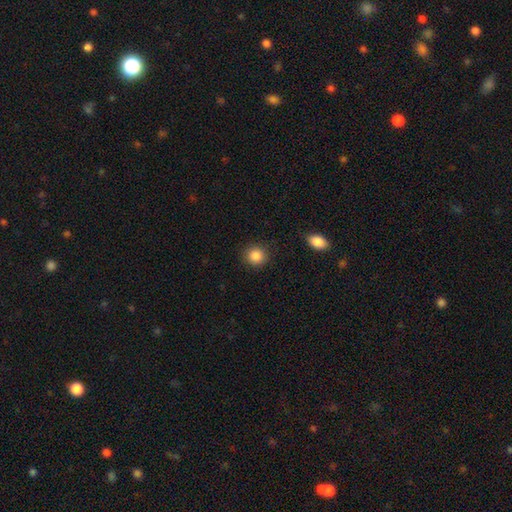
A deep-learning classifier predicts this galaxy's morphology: smooth_or_featured: smooth (p=0.87) [alt: star or artifact p=0.10]
how_rounded: round (p=0.90) [alt: in between p=0.09]
merging: none (p=0.89) [alt: minor disturbance p=0.07]